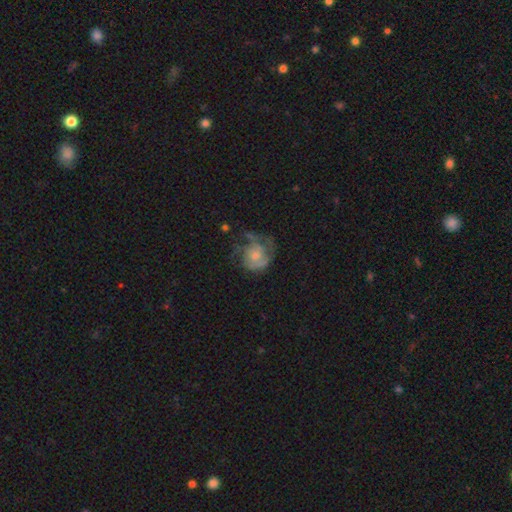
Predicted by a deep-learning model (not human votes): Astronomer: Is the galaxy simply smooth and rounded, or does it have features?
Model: featured or disk — 62%.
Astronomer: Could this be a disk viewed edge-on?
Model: no — 98%.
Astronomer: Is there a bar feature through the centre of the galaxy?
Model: no — 77%.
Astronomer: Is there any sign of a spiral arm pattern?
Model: yes — 74%.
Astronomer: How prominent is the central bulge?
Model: moderate — 40% (runner-up: small, 36%).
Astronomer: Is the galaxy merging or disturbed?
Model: none — 40% (runner-up: major disturbance, 32%).